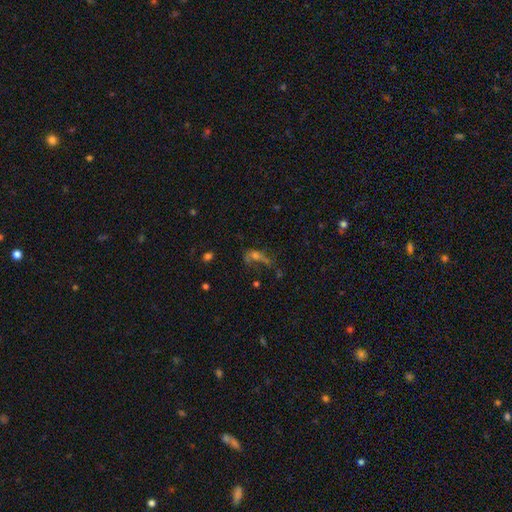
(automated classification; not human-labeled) Morphology: type=featured or disk (36%); merging=major disturbance (42%).